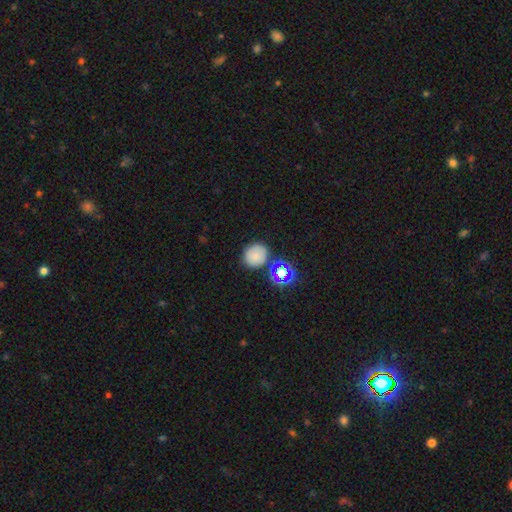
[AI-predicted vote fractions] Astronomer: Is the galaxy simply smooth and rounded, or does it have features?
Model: smooth — 74%.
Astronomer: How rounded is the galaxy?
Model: round — 82%.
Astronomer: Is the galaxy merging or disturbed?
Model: none — 75%.